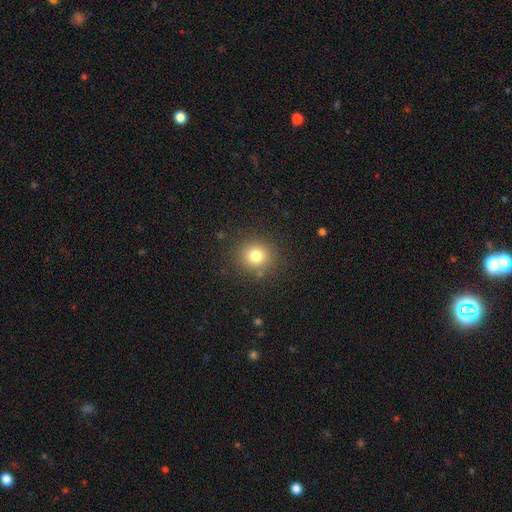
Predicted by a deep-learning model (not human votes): Overall: smooth (78%). How rounded: round (88%). Merging: none (86%).